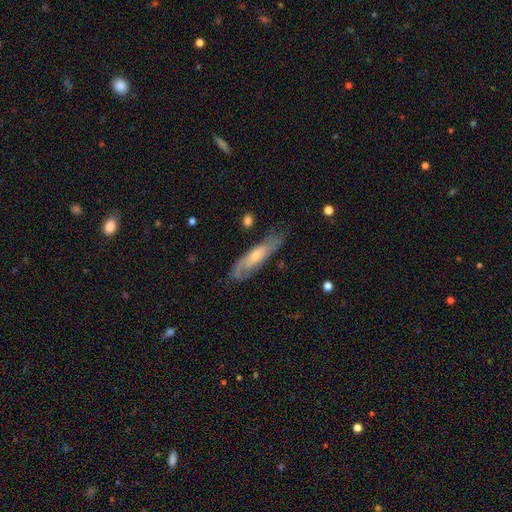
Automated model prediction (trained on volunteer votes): Smooth or featured?
  - featured or disk: 58% *
  - smooth: 36%
  - star or artifact: 6%
Edge-on disk?
  - no: 62% *
  - yes: 38%
Merging?
  - none: 70% *
  - minor disturbance: 22%
  - major disturbance: 7%
  - merger: 2%